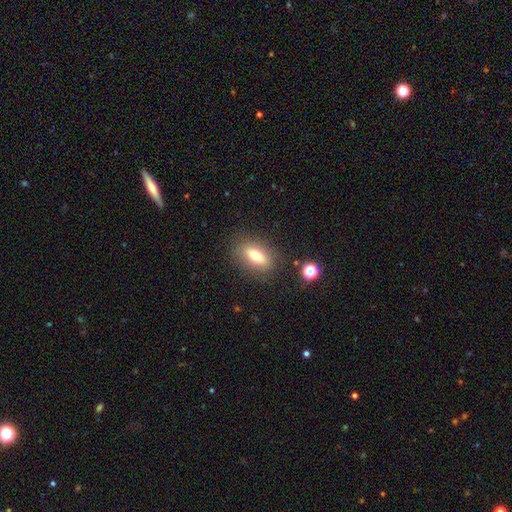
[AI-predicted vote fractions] Q: Smooth or featured?
A: smooth (68%); runner-up: featured or disk (22%)
Q: How rounded?
A: in between (76%); runner-up: cigar-shaped (16%)
Q: Merging?
A: none (83%); runner-up: minor disturbance (11%)